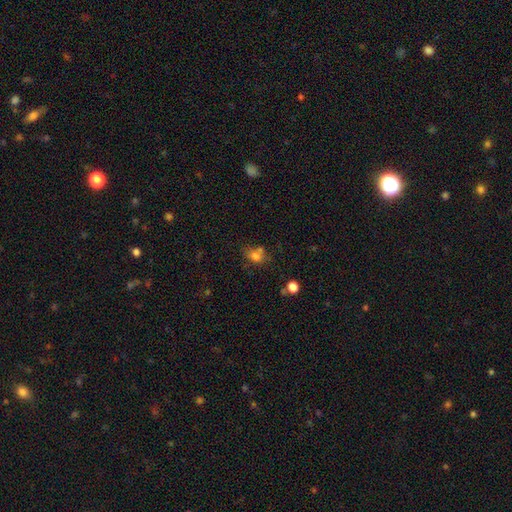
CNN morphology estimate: Q: Smooth or featured?
A: smooth (74%); runner-up: star or artifact (15%)
Q: How rounded?
A: in between (50%); runner-up: round (48%)
Q: Merging?
A: none (48%); runner-up: merger (27%)